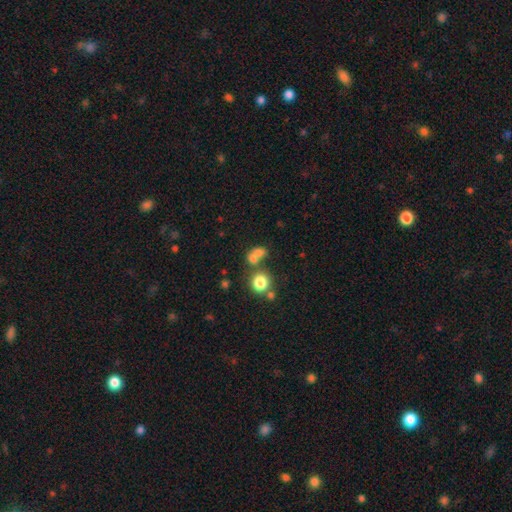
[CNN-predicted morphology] This is likely a smooth galaxy (70%). How rounded: likely round (62%). Merging: marginally merger (44%).